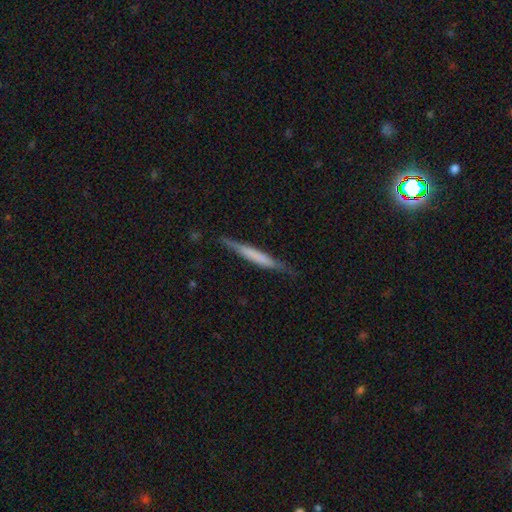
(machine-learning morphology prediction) Smooth or featured?
  - smooth: 51% *
  - featured or disk: 44%
  - star or artifact: 6%
How rounded?
  - cigar-shaped: 95% *
  - in between: 4%
  - round: 1%
Merging?
  - none: 81% *
  - minor disturbance: 15%
  - major disturbance: 3%
  - merger: 1%